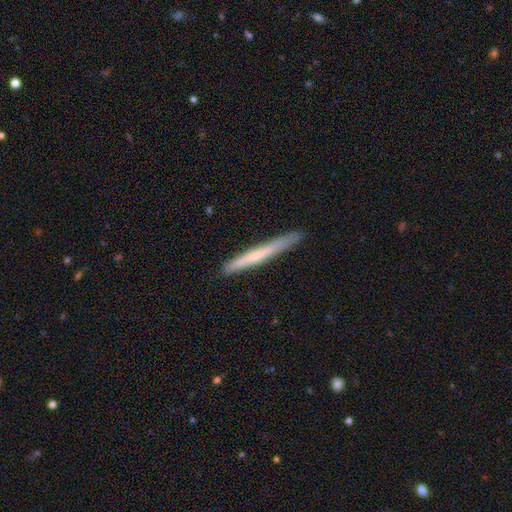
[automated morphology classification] smooth_or_featured: smooth (p=0.55) [alt: featured or disk p=0.39]
how_rounded: cigar-shaped (p=0.97) [alt: in between p=0.02]
merging: none (p=0.87) [alt: minor disturbance p=0.10]